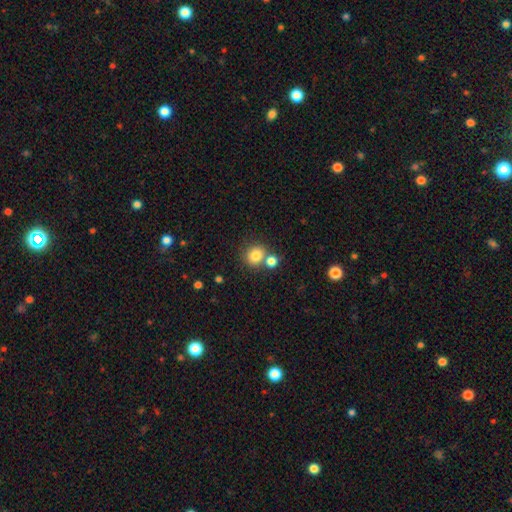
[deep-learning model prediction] smooth-or-featured: smooth: 81% | star or artifact: 12% | featured or disk: 8%
  how-rounded: round: 84% | in between: 15% | cigar-shaped: 1%
  merging: none: 61% | merger: 27% | minor disturbance: 8% | major disturbance: 3%